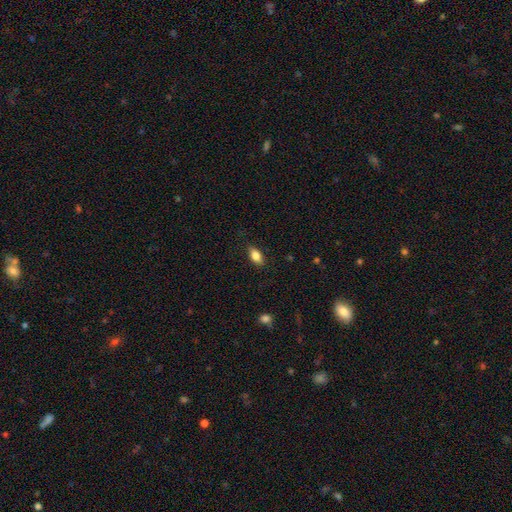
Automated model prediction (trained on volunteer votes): This is clearly a smooth galaxy (84%). How rounded: clearly in between (89%). Merging: clearly none (86%).